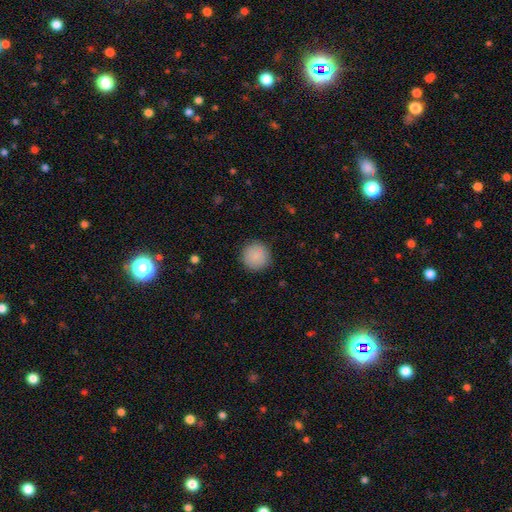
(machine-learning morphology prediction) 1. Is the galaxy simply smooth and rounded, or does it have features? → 87% smooth, 8% star or artifact, 5% featured or disk.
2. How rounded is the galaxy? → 96% round, 3% in between, 1% cigar-shaped.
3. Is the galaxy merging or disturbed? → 89% none, 7% minor disturbance, 2% major disturbance, 1% merger.